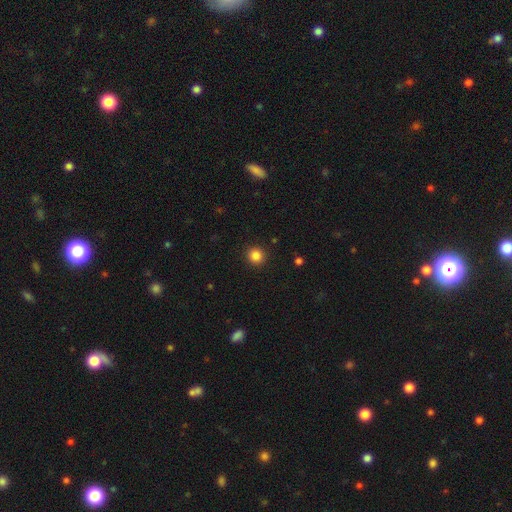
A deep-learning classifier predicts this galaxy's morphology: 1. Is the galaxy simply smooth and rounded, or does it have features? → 85% smooth, 11% star or artifact, 4% featured or disk.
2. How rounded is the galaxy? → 93% round, 6% in between, 1% cigar-shaped.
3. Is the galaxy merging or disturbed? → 92% none, 5% minor disturbance, 2% major disturbance, 1% merger.